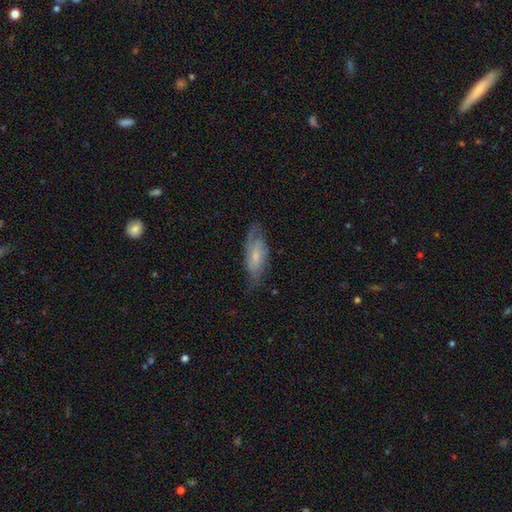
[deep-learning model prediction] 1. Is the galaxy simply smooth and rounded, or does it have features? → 58% featured or disk, 36% smooth, 7% star or artifact.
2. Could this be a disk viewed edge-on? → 82% no, 18% yes.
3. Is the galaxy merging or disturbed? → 66% none, 24% minor disturbance, 9% major disturbance, 1% merger.